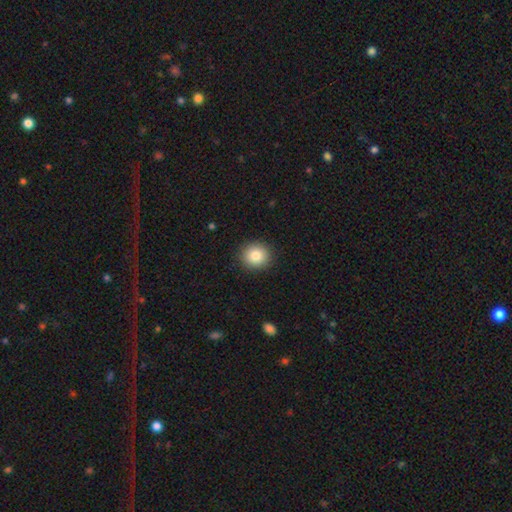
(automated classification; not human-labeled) smooth 83%, star or artifact 10%, featured or disk 7%. Down the decision tree: how rounded — round (87%); merging — none (91%).